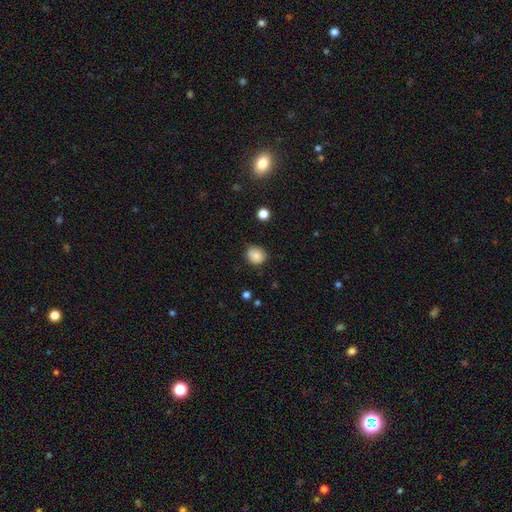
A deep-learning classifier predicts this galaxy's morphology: Overall: smooth (86%). How rounded: round (74%). Merging: none (78%).